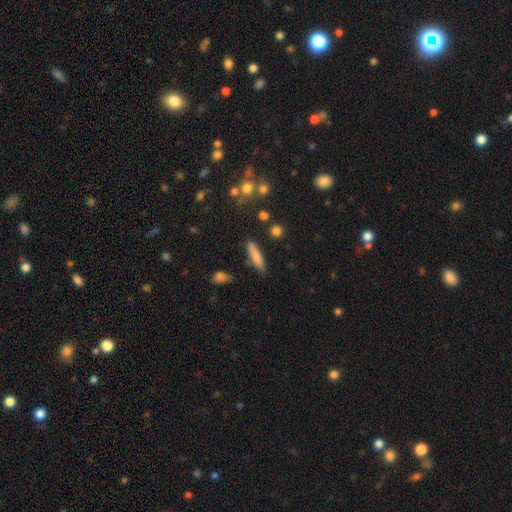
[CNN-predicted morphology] The model was most divided on "how rounded": cigar-shaped: 74%, in between: 23%, round: 2%. More confident: merging — none (82%); smooth or featured — smooth (76%).